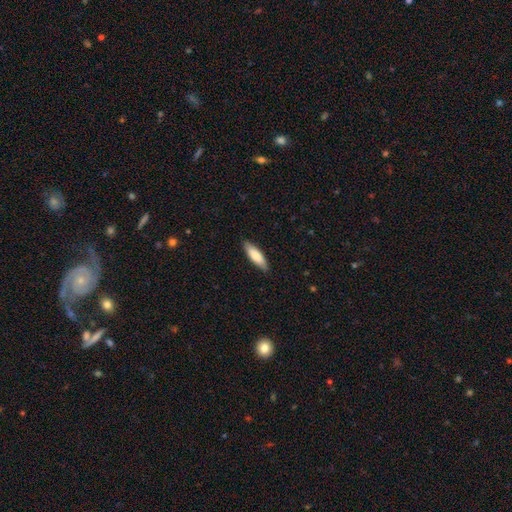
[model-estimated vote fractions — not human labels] A smooth galaxy with no disk features (81%) that is cigar-shaped (49%, tied with in between). Merging: none (87%).